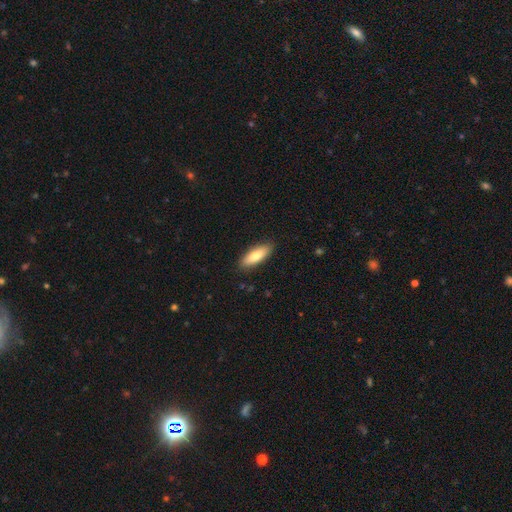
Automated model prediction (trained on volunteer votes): The model was most divided on "how rounded": in between: 57%, cigar-shaped: 41%, round: 2%. More confident: merging — none (88%); smooth or featured — smooth (77%).